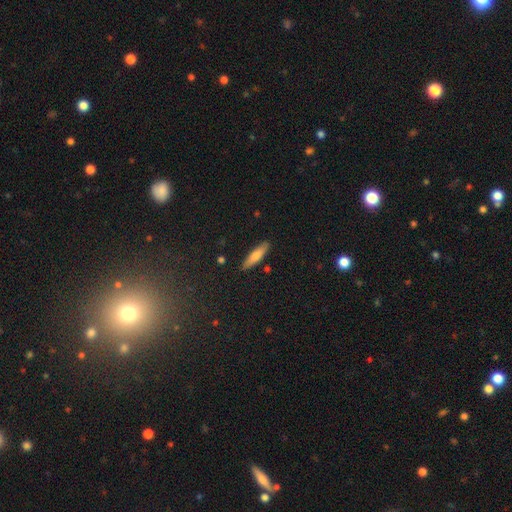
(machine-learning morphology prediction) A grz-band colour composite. It shows a smooth galaxy with no disk features (68%) that is cigar-shaped (78%). Merging: none (88%).